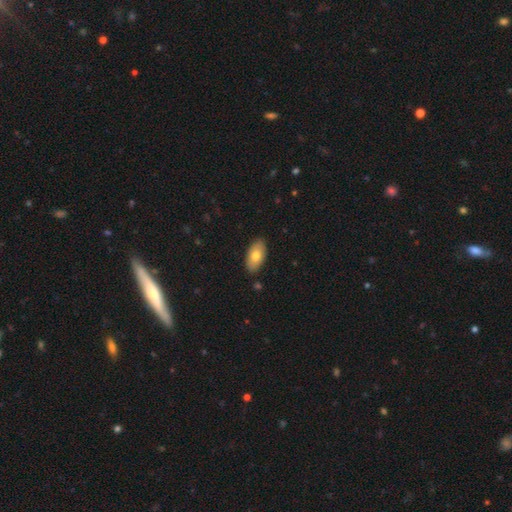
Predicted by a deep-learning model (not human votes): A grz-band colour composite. It shows a smooth galaxy with no disk features (75%) that is in between round and cigar-shaped (94%). Merging: none (87%).